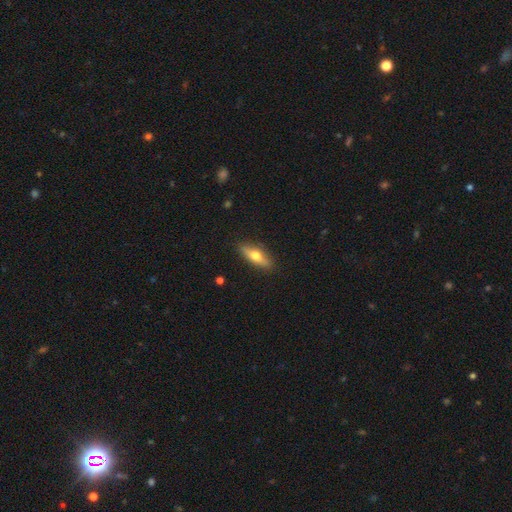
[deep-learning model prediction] smooth 55%, featured or disk 39%, star or artifact 6%. Down the decision tree: how rounded — in between (52%); merging — none (87%).